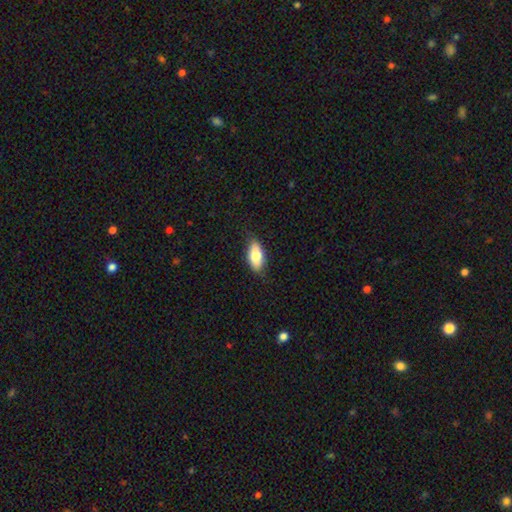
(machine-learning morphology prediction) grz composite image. It shows a smooth galaxy with no disk features (80%) that is in between round and cigar-shaped (88%). Merging: none (83%).